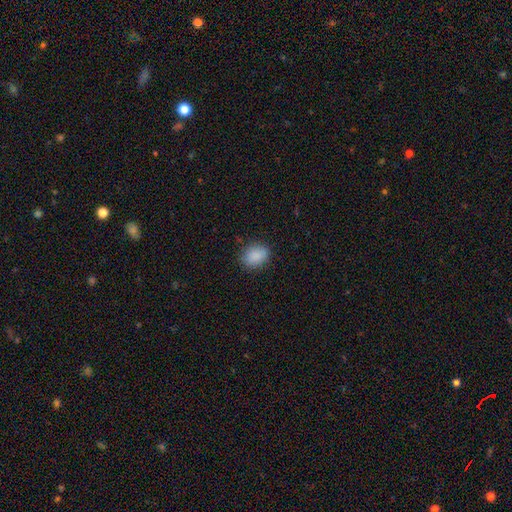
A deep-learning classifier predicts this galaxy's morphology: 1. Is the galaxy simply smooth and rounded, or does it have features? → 88% smooth, 8% star or artifact, 4% featured or disk.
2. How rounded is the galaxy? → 63% in between, 36% round, 1% cigar-shaped.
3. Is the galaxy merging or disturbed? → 83% none, 13% minor disturbance, 3% major disturbance, 1% merger.